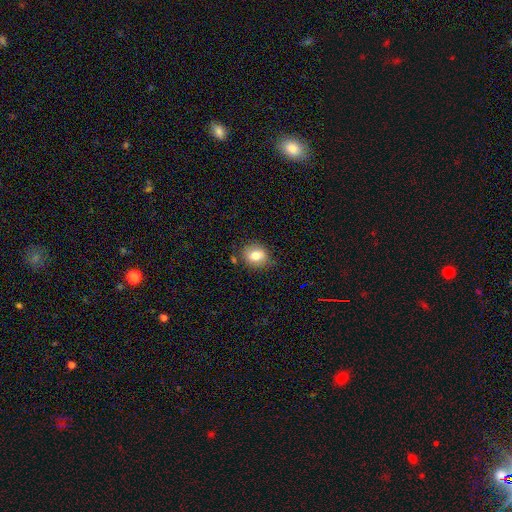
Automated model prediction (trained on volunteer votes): smooth 77%, featured or disk 13%, star or artifact 10%. Down the decision tree: how rounded — round (61%); merging — none (79%).